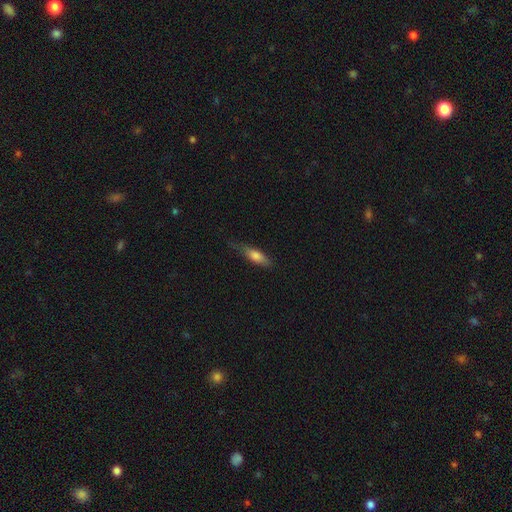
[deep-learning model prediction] Overall: smooth (71%). How rounded: cigar-shaped (49%; in between 48%). Merging: none (59%; minor disturbance 31%).